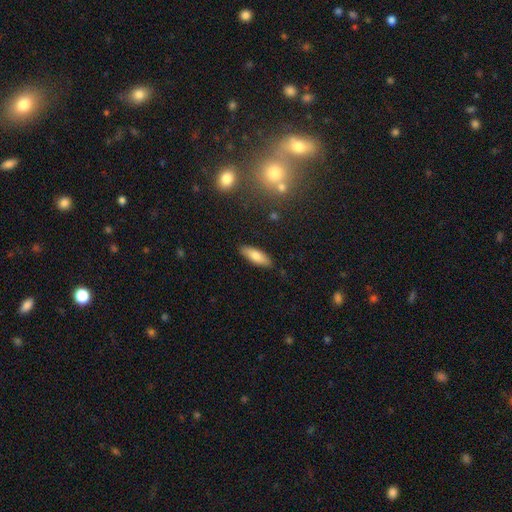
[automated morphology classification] Smooth or featured: smooth — 78% (featured or disk — 15%)
How rounded: in between — 64% (cigar-shaped — 34%)
Merging: none — 86% (minor disturbance — 10%)